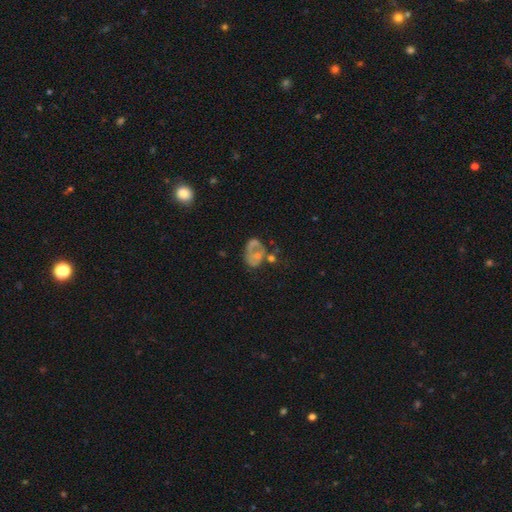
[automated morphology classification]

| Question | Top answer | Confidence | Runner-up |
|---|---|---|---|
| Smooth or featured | featured or disk | 48% | smooth (40%) |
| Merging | none | 32% | major disturbance (27%) |